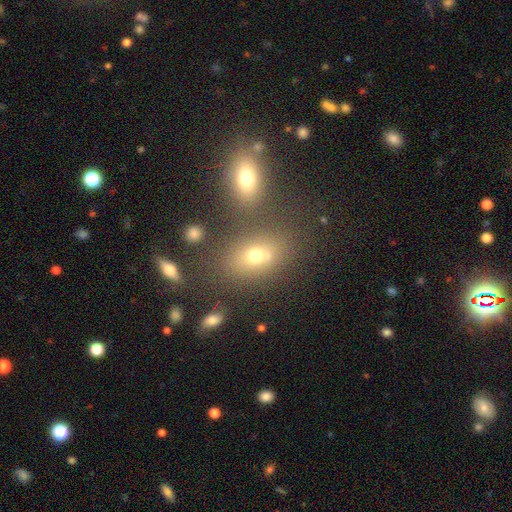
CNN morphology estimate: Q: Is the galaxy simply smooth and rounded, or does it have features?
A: smooth — 66%.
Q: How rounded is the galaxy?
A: in between — 71%.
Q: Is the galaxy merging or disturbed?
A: none — 63%.